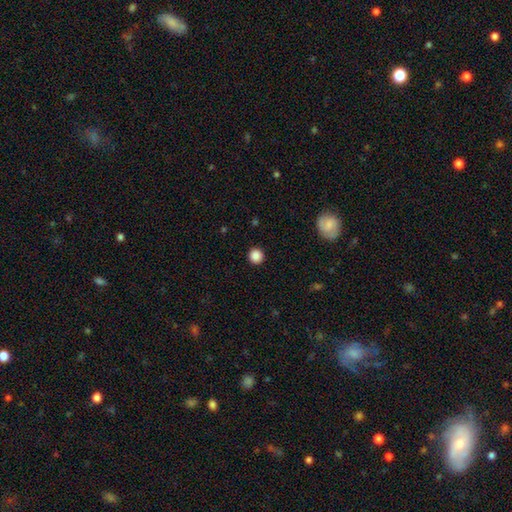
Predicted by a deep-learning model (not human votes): A smooth galaxy with no disk features (87%) that is round (95%). Merging: none (93%).